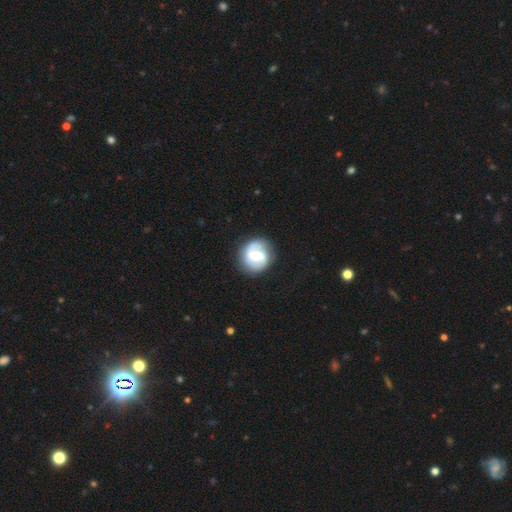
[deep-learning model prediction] Smooth or featured? featured or disk (75%)
Edge-on disk? no (98%)
Bar? weak (50%)
Spiral arms? yes (92%)
Spiral winding? medium (46%)
Spiral arm count? 2 (87%)
Bulge size? moderate (58%)
Merging? none (83%)